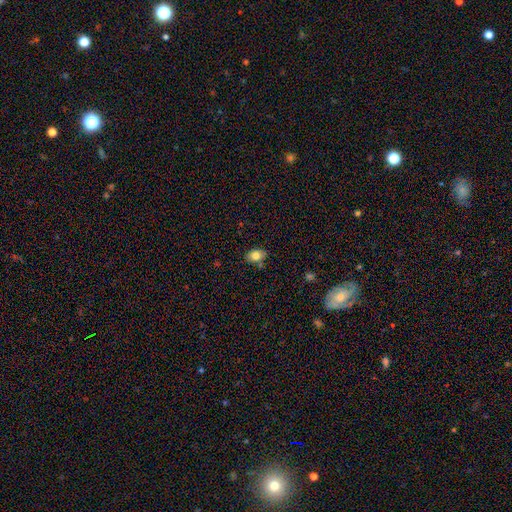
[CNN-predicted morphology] This is likely a smooth galaxy (80%). How rounded: likely in between (73%). Merging: likely none (77%).